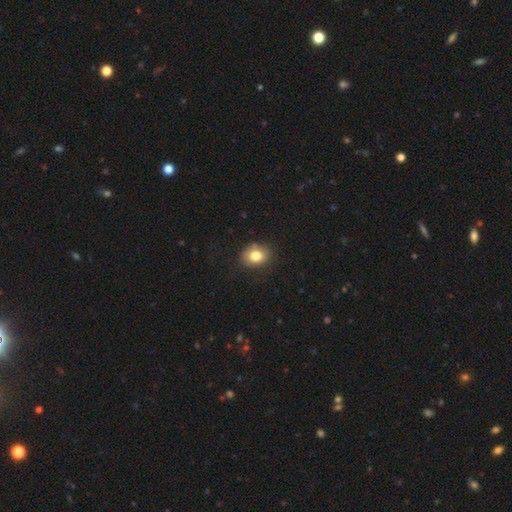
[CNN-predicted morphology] This appears to be a smooth galaxy with no disk features (79%) that is in between round and cigar-shaped (50%). Merging: none (79%).